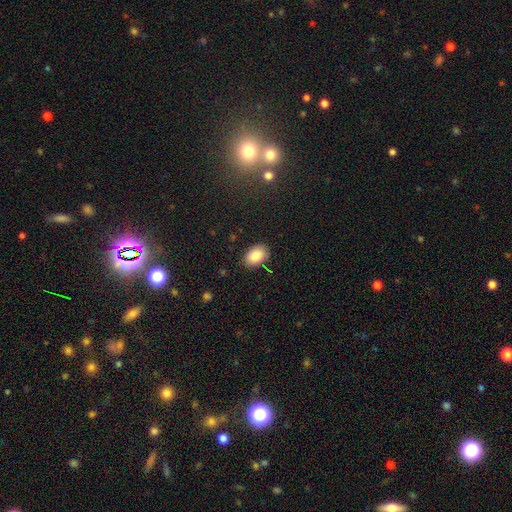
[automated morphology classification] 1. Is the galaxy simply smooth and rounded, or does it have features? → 85% smooth, 8% featured or disk, 8% star or artifact.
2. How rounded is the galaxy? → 87% in between, 12% round, 1% cigar-shaped.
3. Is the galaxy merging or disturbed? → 85% none, 11% minor disturbance, 2% major disturbance, 1% merger.